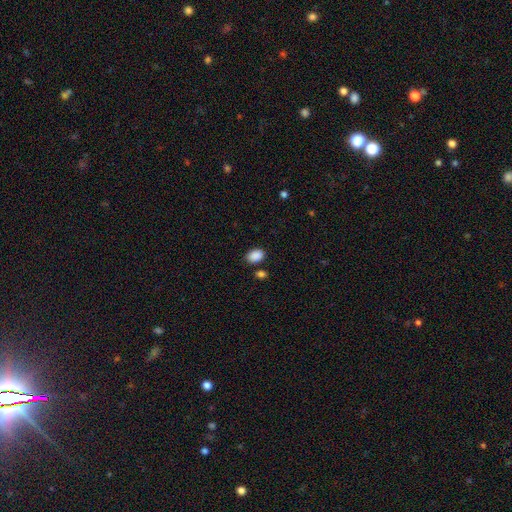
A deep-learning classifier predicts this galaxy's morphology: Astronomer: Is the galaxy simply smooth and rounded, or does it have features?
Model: smooth — 88%.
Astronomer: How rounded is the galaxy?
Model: in between — 80%.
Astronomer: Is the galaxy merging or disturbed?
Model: none — 78%.